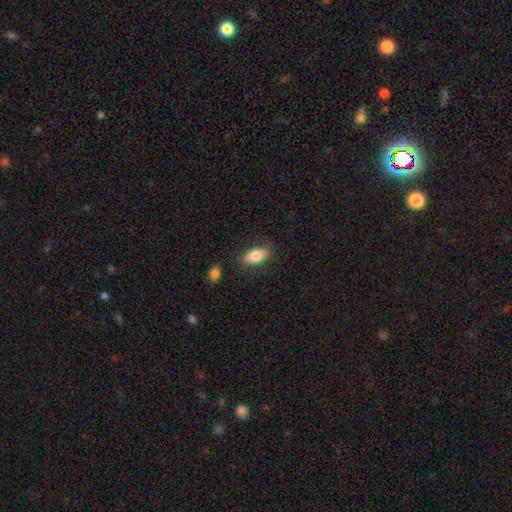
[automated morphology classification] Smooth or featured?
  - smooth: 81% *
  - featured or disk: 12%
  - star or artifact: 7%
How rounded?
  - in between: 92% *
  - round: 5%
  - cigar-shaped: 4%
Merging?
  - none: 83% *
  - minor disturbance: 12%
  - major disturbance: 3%
  - merger: 2%